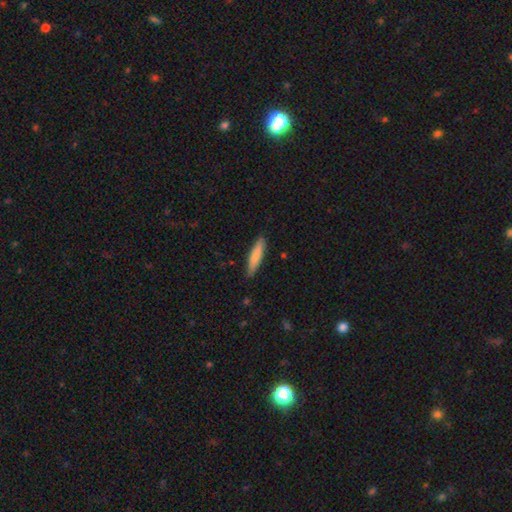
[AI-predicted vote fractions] Smooth or featured?
  - smooth: 80% *
  - featured or disk: 14%
  - star or artifact: 5%
How rounded?
  - cigar-shaped: 85% *
  - in between: 14%
  - round: 1%
Merging?
  - none: 87% *
  - minor disturbance: 10%
  - major disturbance: 2%
  - merger: 1%